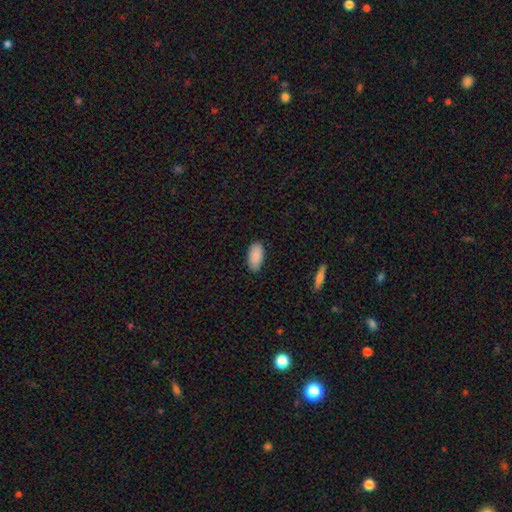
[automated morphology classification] Q: Smooth or featured?
A: smooth (90%); runner-up: star or artifact (7%)
Q: How rounded?
A: in between (93%); runner-up: cigar-shaped (5%)
Q: Merging?
A: none (87%); runner-up: minor disturbance (10%)